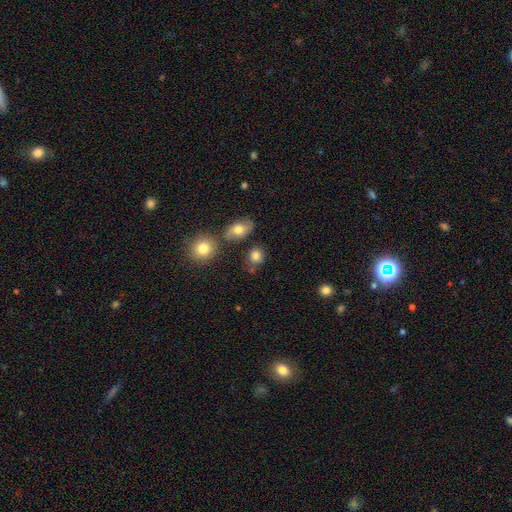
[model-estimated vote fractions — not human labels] Overall: smooth (81%). How rounded: round (62%; in between 36%). Merging: none (71%).